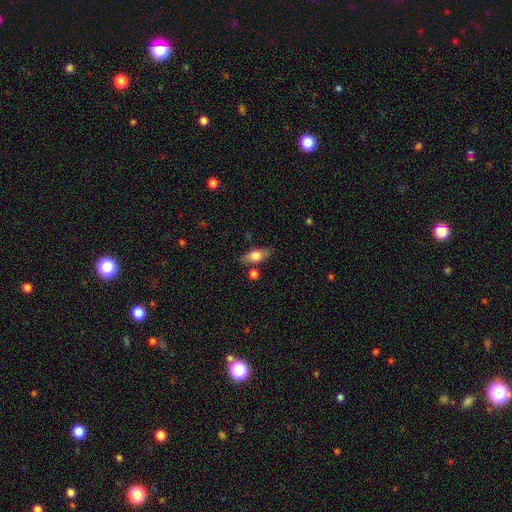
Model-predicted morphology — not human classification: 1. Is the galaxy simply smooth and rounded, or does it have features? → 68% smooth, 25% featured or disk, 7% star or artifact.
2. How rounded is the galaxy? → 76% in between, 18% cigar-shaped, 6% round.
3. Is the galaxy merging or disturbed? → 77% none, 13% minor disturbance, 6% merger, 3% major disturbance.